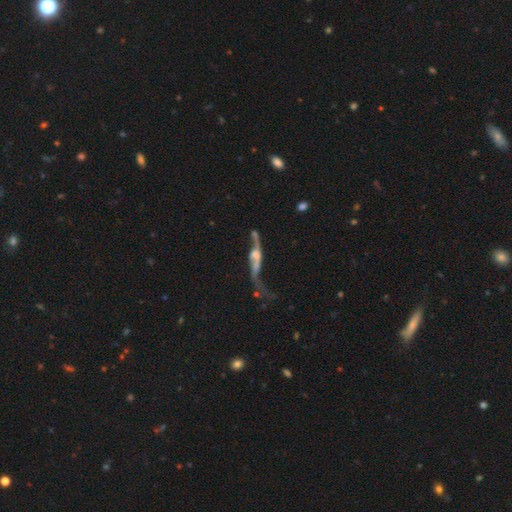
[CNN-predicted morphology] Smooth or featured: featured or disk — 78% (smooth — 15%)
Edge-on disk: no — 55% (yes — 45%)
Merging: major disturbance — 33% (none — 32%)